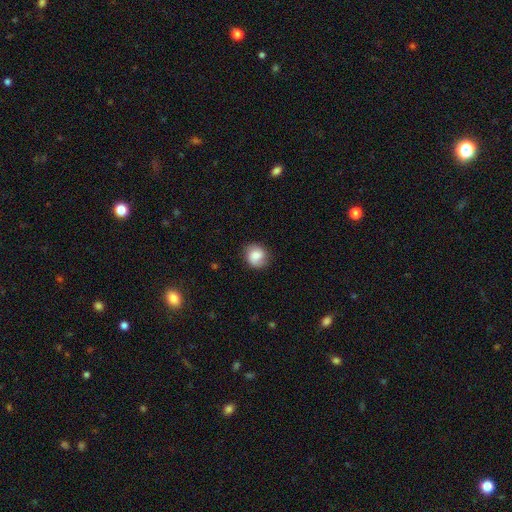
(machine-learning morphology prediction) Smooth or featured? Predicted: smooth (p=0.70). How rounded? Predicted: round (p=0.75). Merging? Predicted: none (p=0.79).